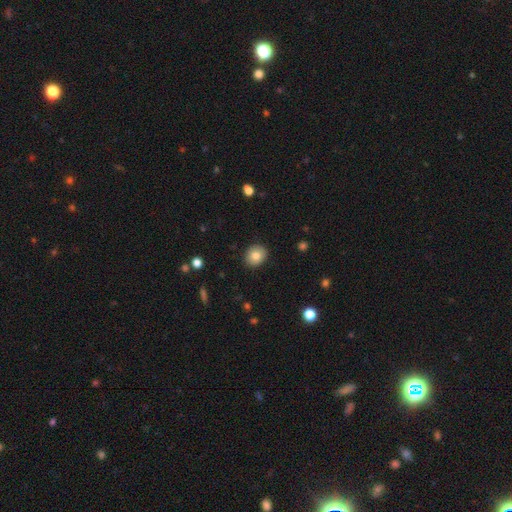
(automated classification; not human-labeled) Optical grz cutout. It shows a smooth galaxy with no disk features (81%) that is round (69%). Merging: none (90%).